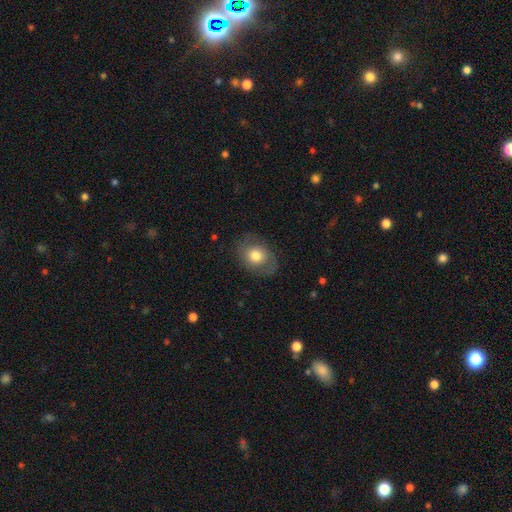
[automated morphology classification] This appears to be a smooth galaxy with no disk features (69%) that is in between round and cigar-shaped (61%). Merging: none (77%).